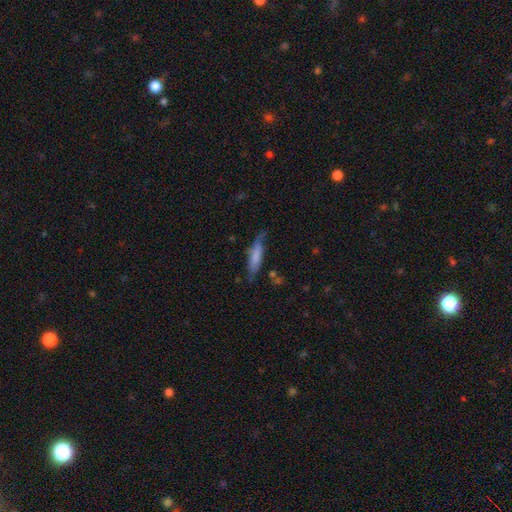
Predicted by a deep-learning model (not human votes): Smooth or featured? smooth (67%)
How rounded? cigar-shaped (68%)
Merging? none (58%)